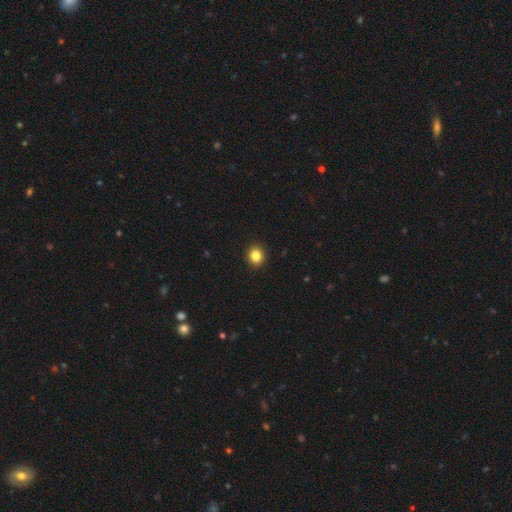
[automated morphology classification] smooth-or-featured: smooth: 85% | star or artifact: 11% | featured or disk: 5%
  how-rounded: round: 81% | in between: 18% | cigar-shaped: 1%
  merging: none: 93% | minor disturbance: 5% | major disturbance: 2% | merger: 1%